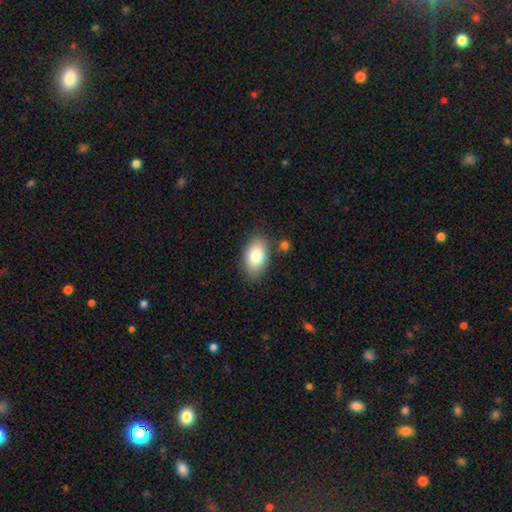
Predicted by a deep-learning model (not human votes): Smooth or featured? Predicted: smooth (p=0.81). How rounded? Predicted: in between (p=0.92). Merging? Predicted: none (p=0.82).